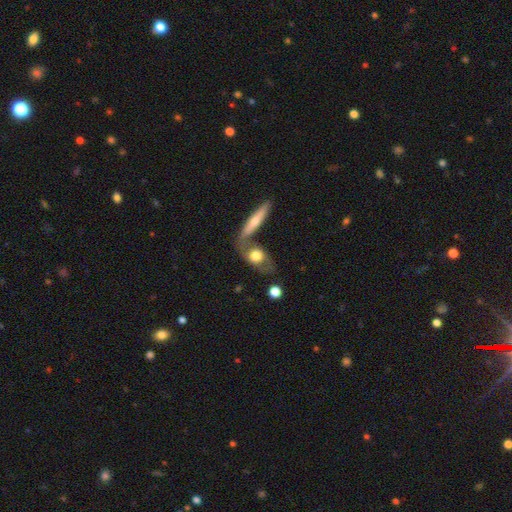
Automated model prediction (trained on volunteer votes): smooth-or-featured: smooth: 54% | featured or disk: 39% | star or artifact: 7%
  how-rounded: in between: 61% | round: 25% | cigar-shaped: 14%
  merging: none: 45% | merger: 33% | minor disturbance: 14% | major disturbance: 8%